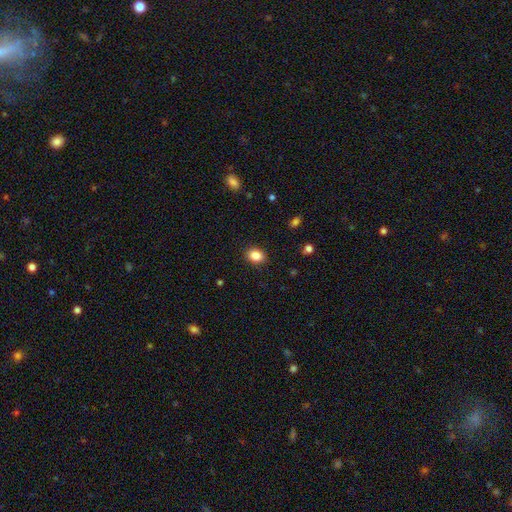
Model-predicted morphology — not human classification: Q: Smooth or featured?
A: smooth (86%); runner-up: star or artifact (9%)
Q: How rounded?
A: in between (55%); runner-up: round (44%)
Q: Merging?
A: none (89%); runner-up: minor disturbance (7%)